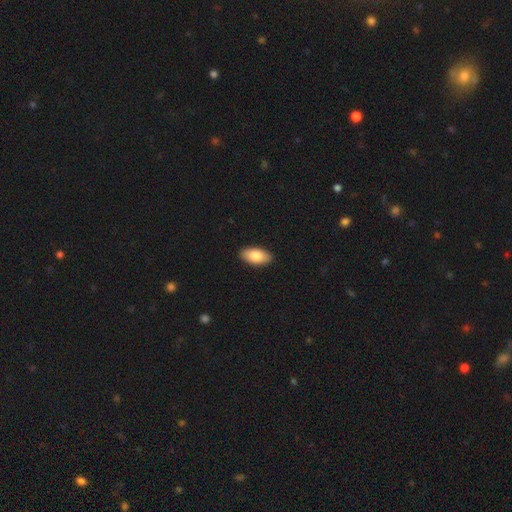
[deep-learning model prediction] smooth 85%, featured or disk 9%, star or artifact 6%. Down the decision tree: how rounded — in between (94%); merging — none (91%).